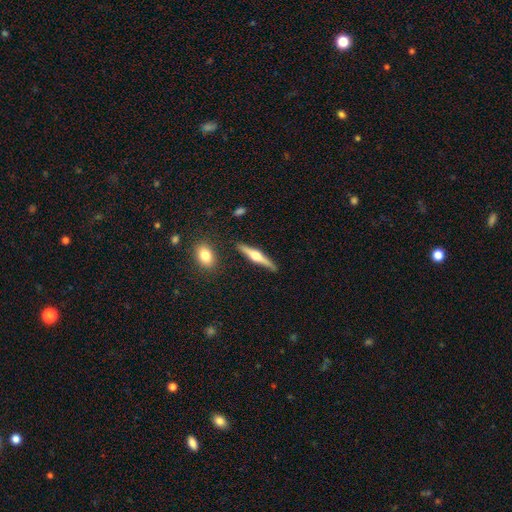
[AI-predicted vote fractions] A featured or disk galaxy (71%) viewed edge-on (98%) with a rounded central bulge (94%).

Vote fractions:
- Smooth or featured? featured or disk: 71% / smooth: 24% / star or artifact: 5%
- Edge-on disk? yes: 98% / no: 2%
- Edge-on bulge? rounded: 94% / boxy: 4% / none: 2%
- Merging? none: 87% / minor disturbance: 9% / merger: 2% / major disturbance: 2%